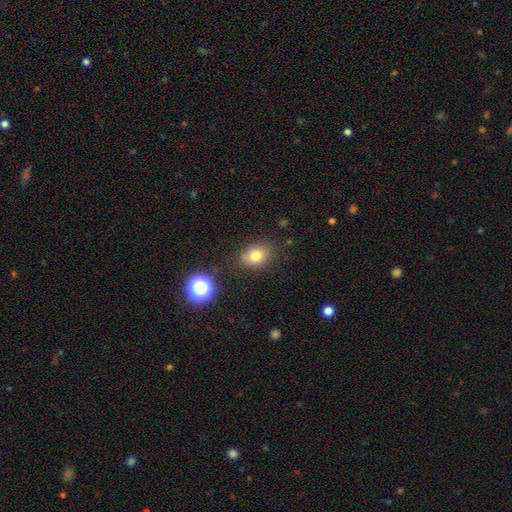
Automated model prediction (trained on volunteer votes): Morphology: type=smooth (78%); roundness=in between (64%); merging=none (80%).